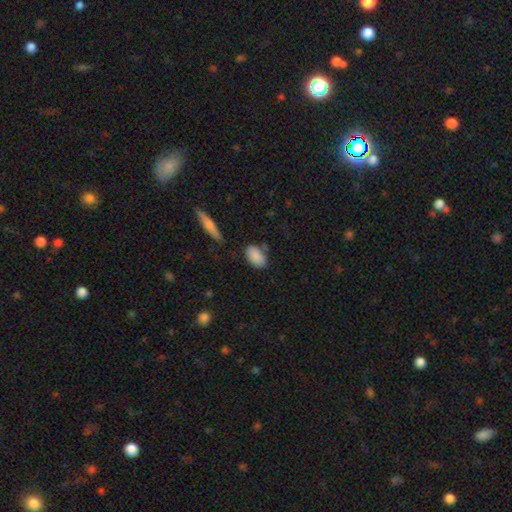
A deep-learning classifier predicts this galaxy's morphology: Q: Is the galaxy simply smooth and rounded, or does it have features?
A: smooth — 87%.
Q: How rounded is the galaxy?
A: in between — 91%.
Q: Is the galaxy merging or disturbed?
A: none — 73%.